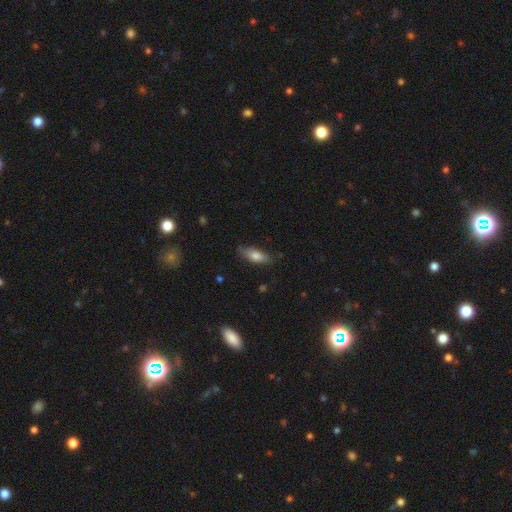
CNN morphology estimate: Q: Smooth or featured?
A: smooth (73%); runner-up: featured or disk (20%)
Q: How rounded?
A: in between (71%); runner-up: cigar-shaped (27%)
Q: Merging?
A: none (72%); runner-up: minor disturbance (22%)